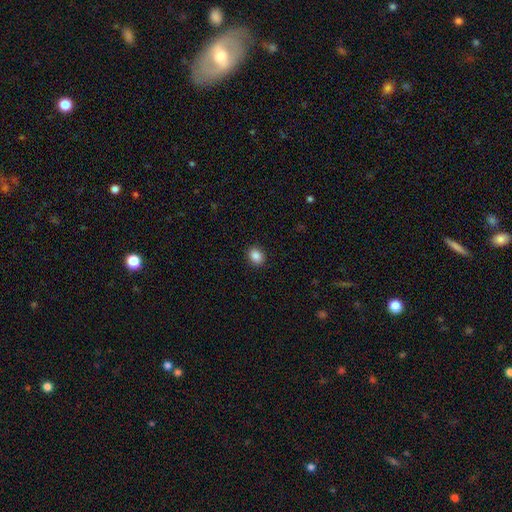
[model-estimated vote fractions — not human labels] Morphology: type=smooth (87%); roundness=round (59%); merging=none (91%).